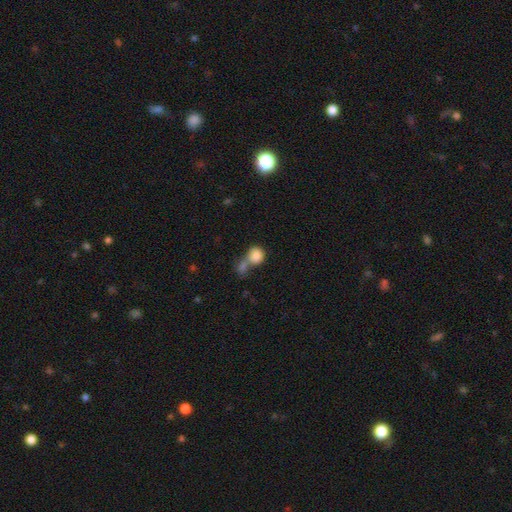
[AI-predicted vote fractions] A smooth galaxy with no disk features (85%) that is round (76%).

Vote fractions:
- Smooth or featured? smooth: 85% / star or artifact: 8% / featured or disk: 7%
- How rounded? round: 76% / in between: 23% / cigar-shaped: 1%
- Merging? merger: 55% / none: 29% / minor disturbance: 9% / major disturbance: 7%